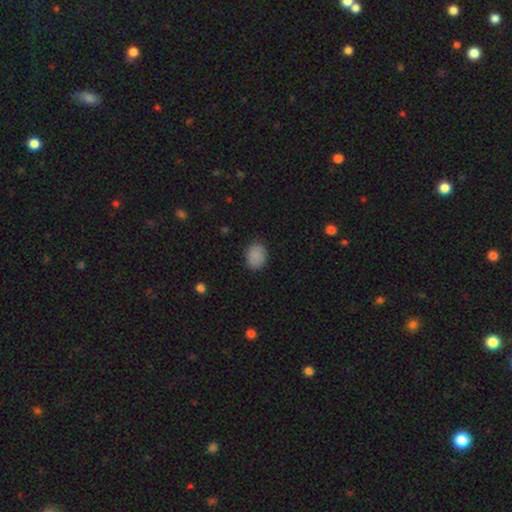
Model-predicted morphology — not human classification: Smooth or featured: smooth — 88% (star or artifact — 9%)
How rounded: in between — 50% (round — 49%)
Merging: none — 87% (minor disturbance — 10%)